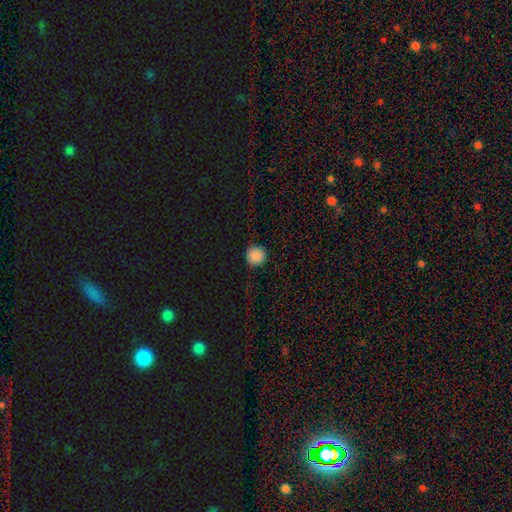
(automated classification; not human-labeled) A smooth galaxy with no disk features (86%) that is round (95%).

Vote fractions:
- Smooth or featured? smooth: 86% / star or artifact: 10% / featured or disk: 4%
- How rounded? round: 95% / in between: 5% / cigar-shaped: 1%
- Merging? none: 88% / minor disturbance: 9% / major disturbance: 2% / merger: 1%